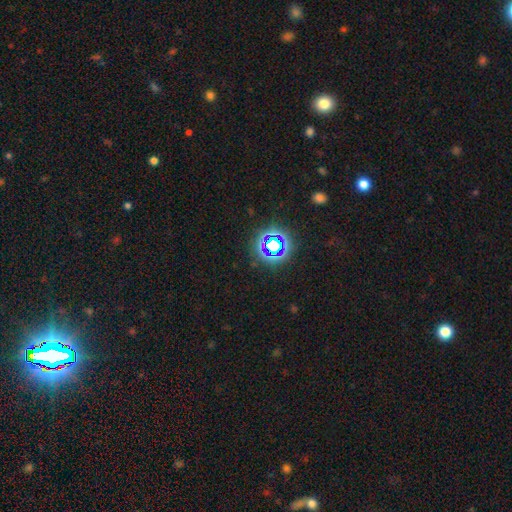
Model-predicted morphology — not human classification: Overall: star or artifact (57%; smooth 36%).